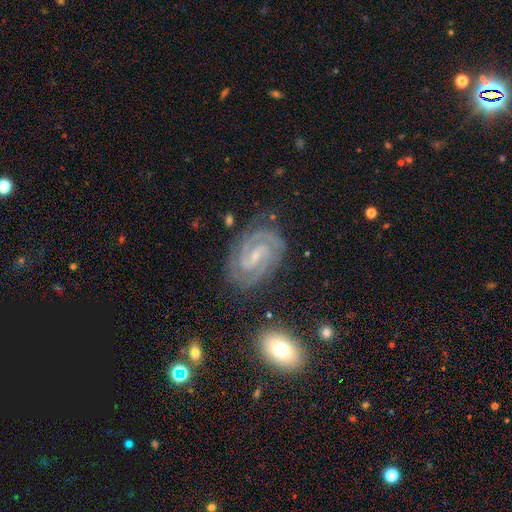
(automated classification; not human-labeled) smooth-or-featured: featured or disk: 91% | star or artifact: 5% | smooth: 4%
  disk-edge-on: no: 97% | yes: 3%
    bar: weak: 49% | strong: 29% | no: 22%
    has-spiral-arms: yes: 99% | no: 1%
      spiral-winding: tight: 65% | medium: 32% | loose: 4%
      spiral-arm-count: 2: 80% | 3: 9% | can't tell: 4% | 4: 3% | more than 4: 2% | 1: 2%
    bulge-size: small: 72% | moderate: 18% | none: 8% | large: 1% | dominant: 1%
  merging: none: 80% | minor disturbance: 13% | major disturbance: 4% | merger: 2%